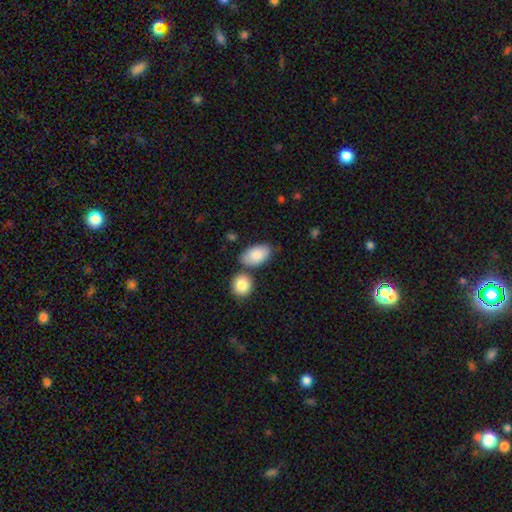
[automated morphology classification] The model was most divided on "merging": none: 64%, minor disturbance: 16%, merger: 16%, major disturbance: 4%. More confident: how rounded — in between (93%); smooth or featured — smooth (85%).